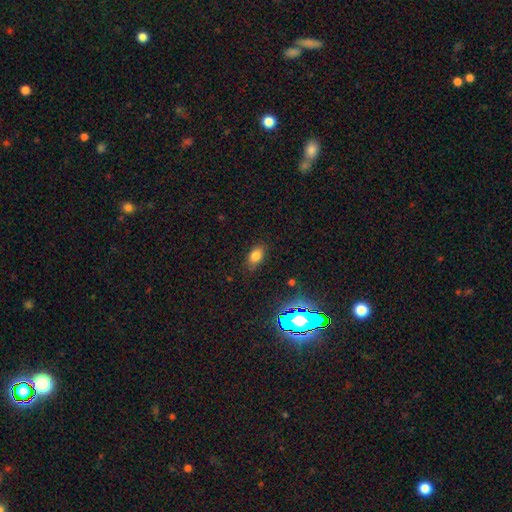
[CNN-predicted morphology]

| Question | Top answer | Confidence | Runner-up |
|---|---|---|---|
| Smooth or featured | smooth | 77% | star or artifact (14%) |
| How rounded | in between | 85% | round (12%) |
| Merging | none | 81% | minor disturbance (14%) |